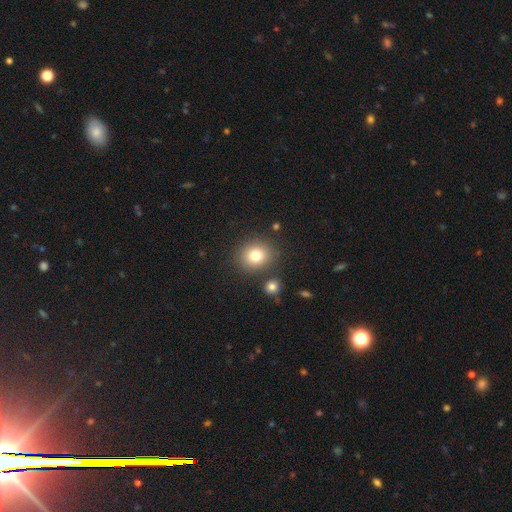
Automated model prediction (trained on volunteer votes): smooth_or_featured: smooth (p=0.79) [alt: star or artifact p=0.12]
how_rounded: round (p=0.75) [alt: in between p=0.24]
merging: none (p=0.82) [alt: minor disturbance p=0.09]